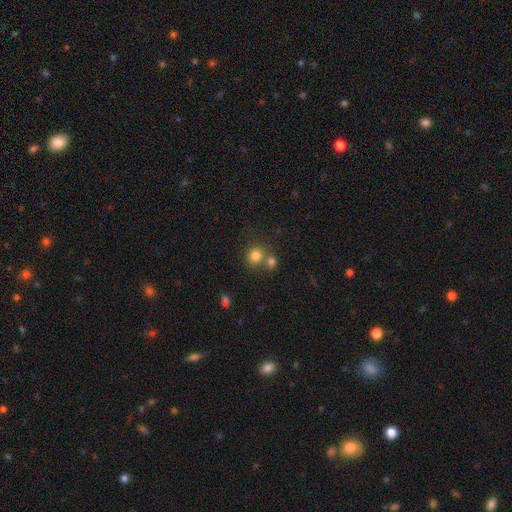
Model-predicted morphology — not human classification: smooth 80%, star or artifact 13%, featured or disk 7%. Down the decision tree: how rounded — round (84%); merging — none (54%).